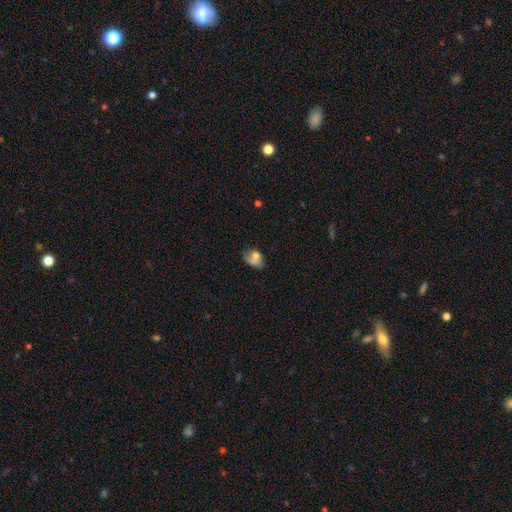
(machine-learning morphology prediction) type=smooth (62%); roundness=in between (70%); merging=none (30%).